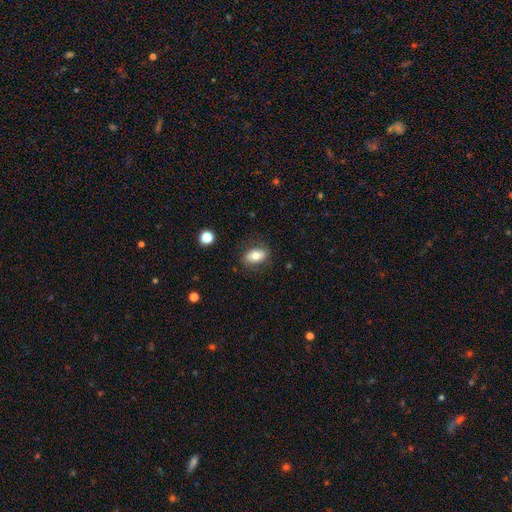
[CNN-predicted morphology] type=smooth (74%); roundness=in between (87%); merging=none (81%).